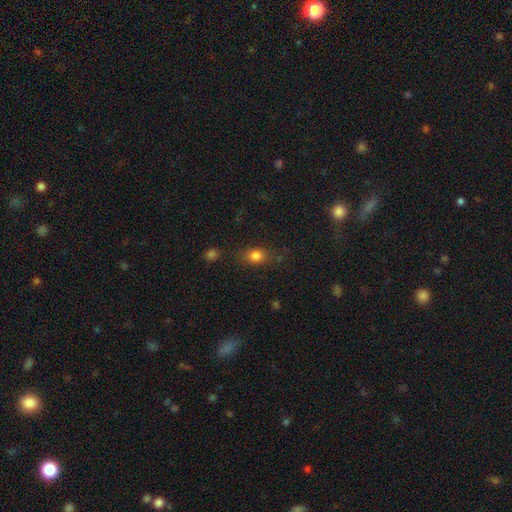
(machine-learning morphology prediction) smooth 81%, star or artifact 12%, featured or disk 7%. Down the decision tree: how rounded — in between (56%); merging — none (74%).